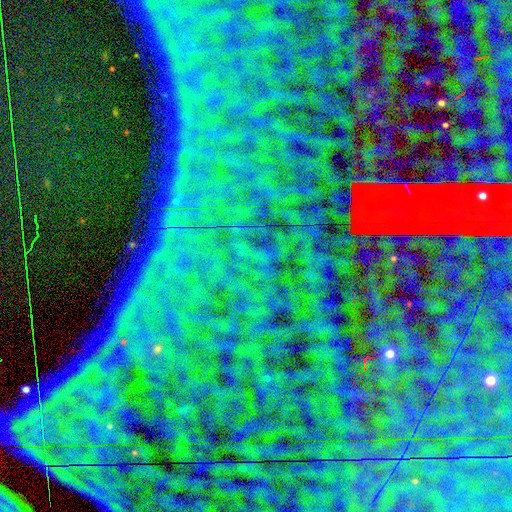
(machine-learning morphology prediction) star or artifact 85%, featured or disk 8%, smooth 7%.